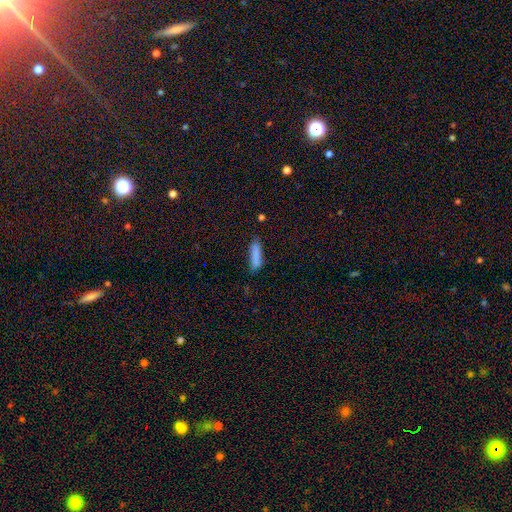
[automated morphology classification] Smooth or featured: smooth — 86% (star or artifact — 7%)
How rounded: cigar-shaped — 67% (in between — 32%)
Merging: none — 77% (minor disturbance — 17%)